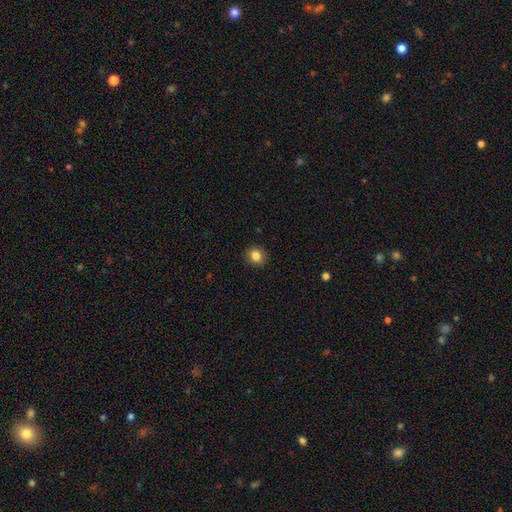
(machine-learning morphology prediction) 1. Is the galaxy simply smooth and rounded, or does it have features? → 84% smooth, 10% star or artifact, 6% featured or disk.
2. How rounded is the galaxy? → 85% round, 14% in between, 1% cigar-shaped.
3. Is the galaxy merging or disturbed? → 91% none, 6% minor disturbance, 2% major disturbance, 1% merger.